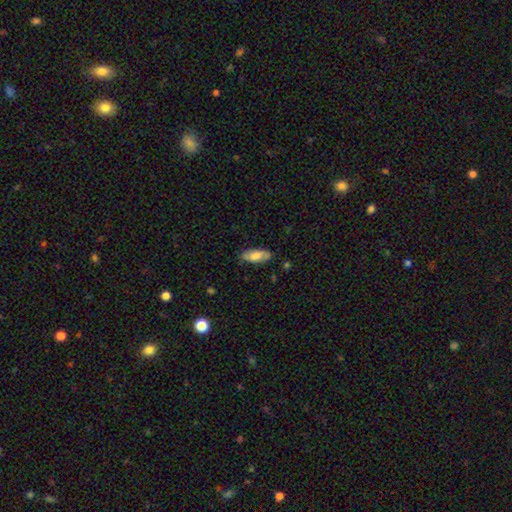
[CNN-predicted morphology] A smooth galaxy with no disk features (73%) that is in between round and cigar-shaped (79%).

Vote fractions:
- Smooth or featured? smooth: 73% / featured or disk: 21% / star or artifact: 6%
- How rounded? in between: 79% / cigar-shaped: 19% / round: 2%
- Merging? none: 81% / minor disturbance: 15% / major disturbance: 3% / merger: 1%